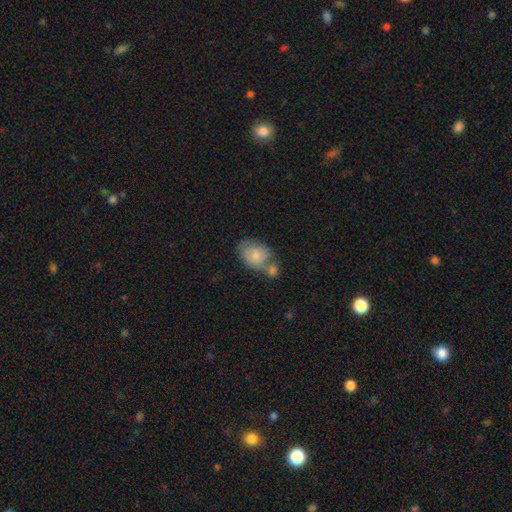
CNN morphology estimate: Smooth or featured? Predicted: smooth (p=0.71). How rounded? Predicted: in between (p=0.73). Merging? Predicted: merger (p=0.44).